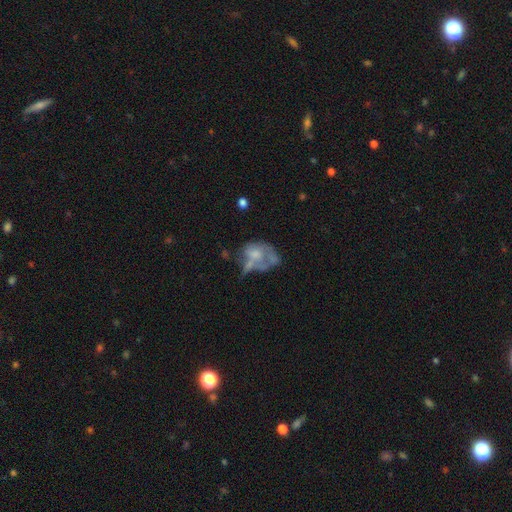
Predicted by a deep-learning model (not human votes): Smooth or featured? Predicted: featured or disk (p=0.49). Merging? Predicted: major disturbance (p=0.35).